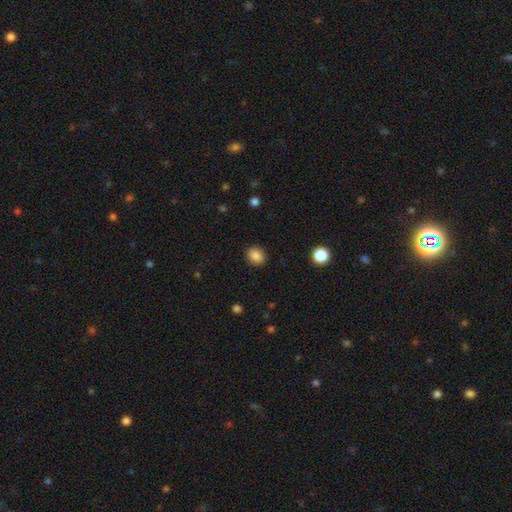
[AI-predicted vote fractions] Smooth or featured? Predicted: smooth (p=0.86). How rounded? Predicted: round (p=0.73). Merging? Predicted: none (p=0.90).